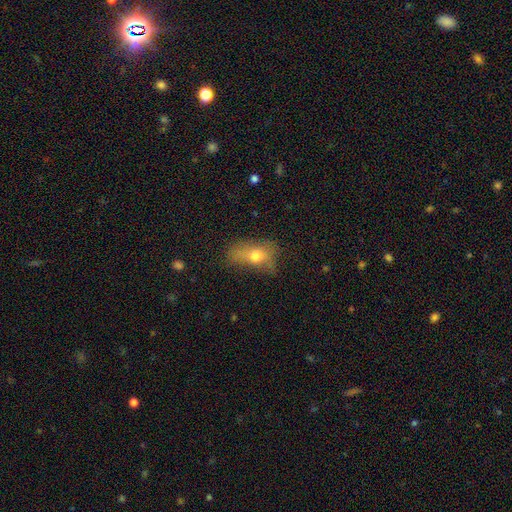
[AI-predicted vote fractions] smooth_or_featured: smooth (p=0.60) [alt: featured or disk p=0.29]
how_rounded: in between (p=0.76) [alt: round p=0.15]
merging: none (p=0.41) [alt: minor disturbance p=0.28]